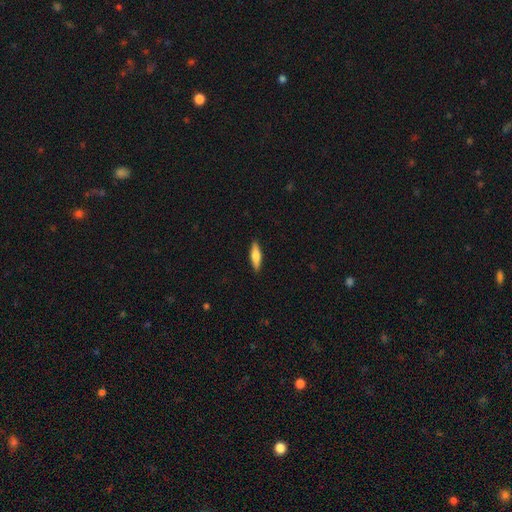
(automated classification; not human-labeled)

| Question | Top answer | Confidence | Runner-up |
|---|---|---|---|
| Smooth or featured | smooth | 68% | featured or disk (26%) |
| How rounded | cigar-shaped | 62% | in between (36%) |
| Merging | none | 89% | minor disturbance (8%) |